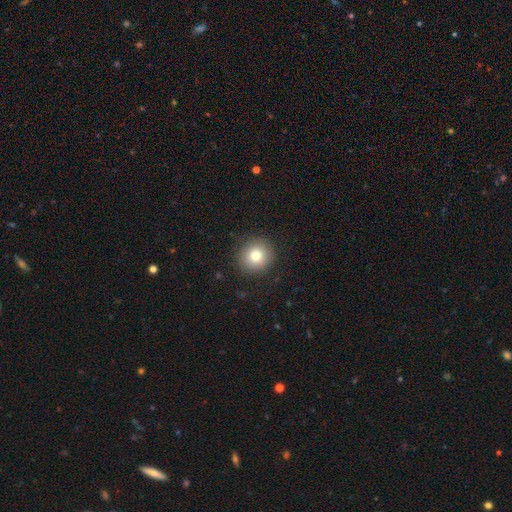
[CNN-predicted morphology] A smooth galaxy with no disk features (78%) that is round (91%).

Vote fractions:
- Smooth or featured? smooth: 78% / star or artifact: 11% / featured or disk: 11%
- How rounded? round: 91% / in between: 8% / cigar-shaped: 1%
- Merging? none: 89% / minor disturbance: 8% / major disturbance: 3% / merger: 1%